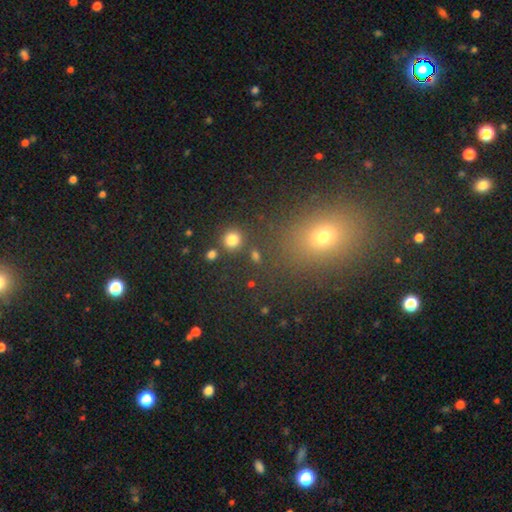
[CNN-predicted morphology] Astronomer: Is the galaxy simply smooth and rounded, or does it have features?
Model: smooth — 71%.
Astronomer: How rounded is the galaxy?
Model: round — 85%.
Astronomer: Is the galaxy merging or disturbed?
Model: none — 84%.